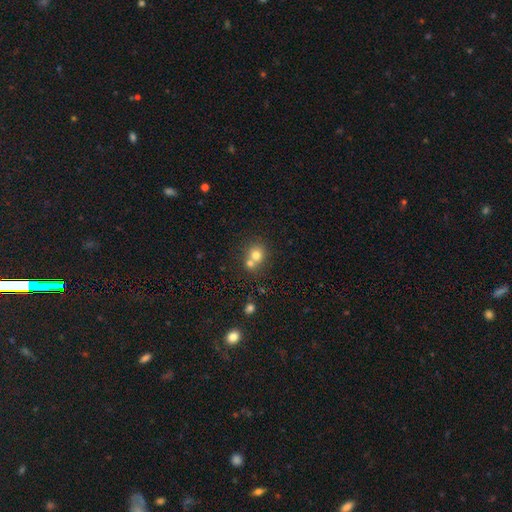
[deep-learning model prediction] Overall: smooth (73%). How rounded: round (80%). Merging: merger (51%; none 40%).